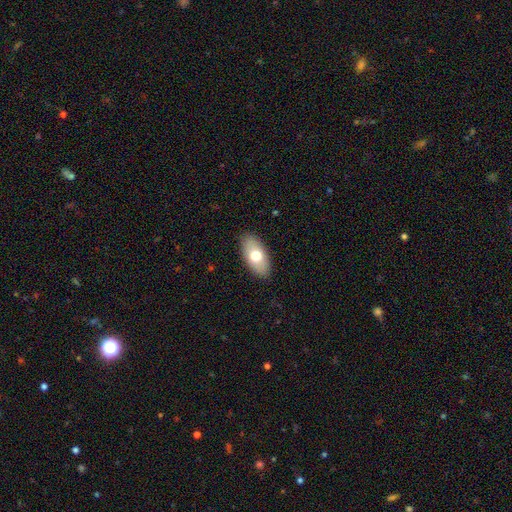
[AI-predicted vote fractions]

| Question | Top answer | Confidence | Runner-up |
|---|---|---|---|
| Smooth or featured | smooth | 71% | featured or disk (23%) |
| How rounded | in between | 92% | cigar-shaped (4%) |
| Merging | none | 88% | minor disturbance (9%) |